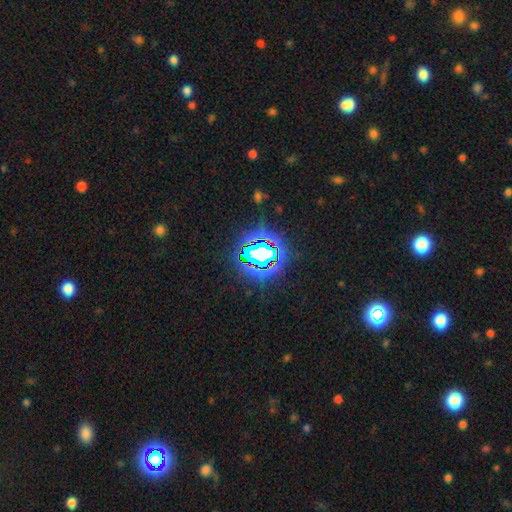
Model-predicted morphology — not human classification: A star or artifact, not a galaxy (80%).